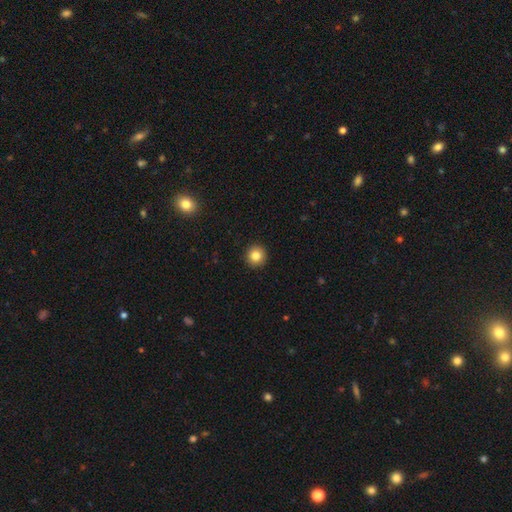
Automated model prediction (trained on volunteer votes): Morphology: type=smooth (83%); roundness=round (95%); merging=none (93%).